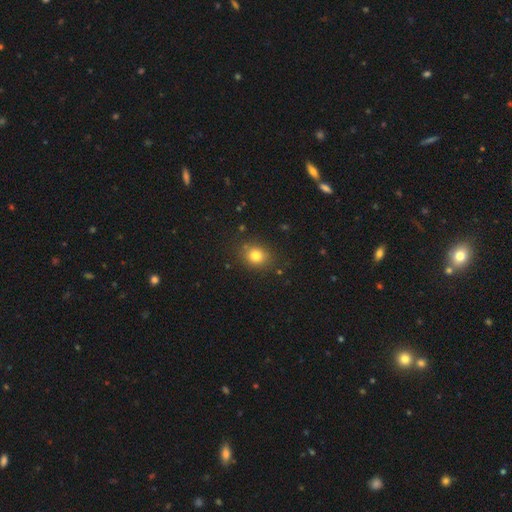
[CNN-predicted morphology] A smooth galaxy with no disk features (80%) that is round (60%).

Vote fractions:
- Smooth or featured? smooth: 80% / star or artifact: 12% / featured or disk: 8%
- How rounded? round: 60% / in between: 39% / cigar-shaped: 1%
- Merging? none: 83% / minor disturbance: 11% / major disturbance: 3% / merger: 2%